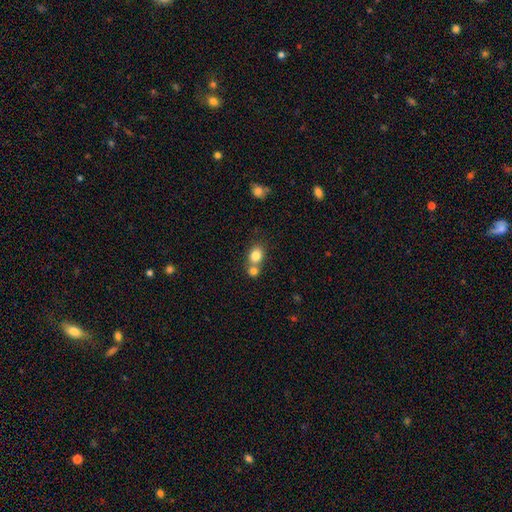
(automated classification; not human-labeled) A smooth galaxy with no disk features (82%) that is round (54%).

Vote fractions:
- Smooth or featured? smooth: 82% / star or artifact: 10% / featured or disk: 8%
- How rounded? round: 54% / in between: 45% / cigar-shaped: 1%
- Merging? merger: 45% / none: 44% / minor disturbance: 8% / major disturbance: 3%